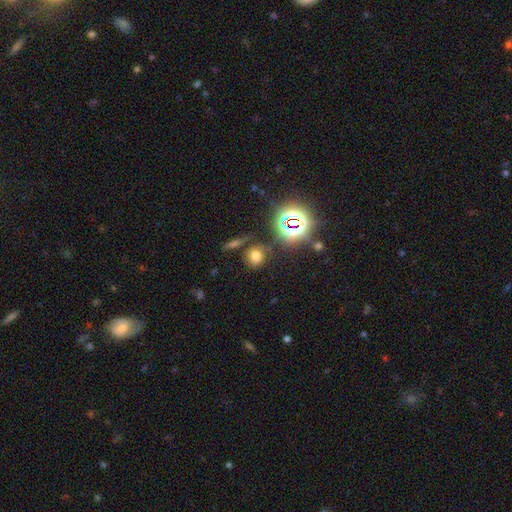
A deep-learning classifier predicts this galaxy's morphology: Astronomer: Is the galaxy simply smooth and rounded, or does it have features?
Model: smooth — 60%.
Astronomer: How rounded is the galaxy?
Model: round — 78%.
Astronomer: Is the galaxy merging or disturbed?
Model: none — 74%.